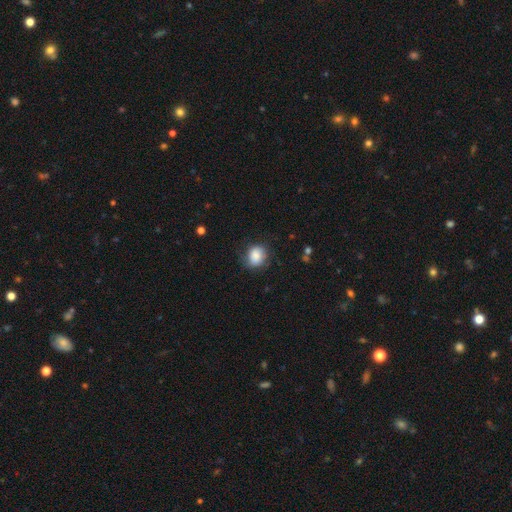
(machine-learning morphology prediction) smooth-or-featured: smooth: 82% | featured or disk: 10% | star or artifact: 8%
  how-rounded: round: 64% | in between: 35% | cigar-shaped: 1%
  merging: none: 69% | minor disturbance: 22% | major disturbance: 8% | merger: 1%